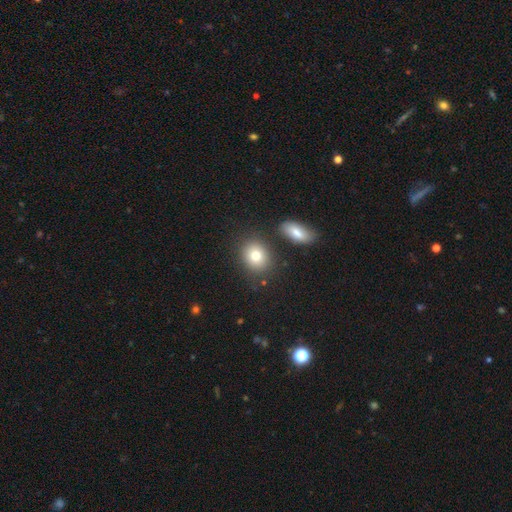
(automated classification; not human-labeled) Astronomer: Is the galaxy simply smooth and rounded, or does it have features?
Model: smooth — 79%.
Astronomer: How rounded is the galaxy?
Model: round — 55% (runner-up: in between, 44%).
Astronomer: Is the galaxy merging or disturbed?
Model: none — 77%.